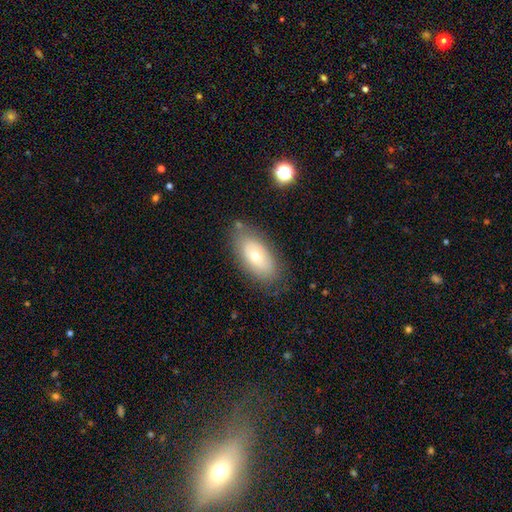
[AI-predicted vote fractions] This appears to be a smooth galaxy with no disk features (60%) that is in between round and cigar-shaped (91%). Merging: none (76%).